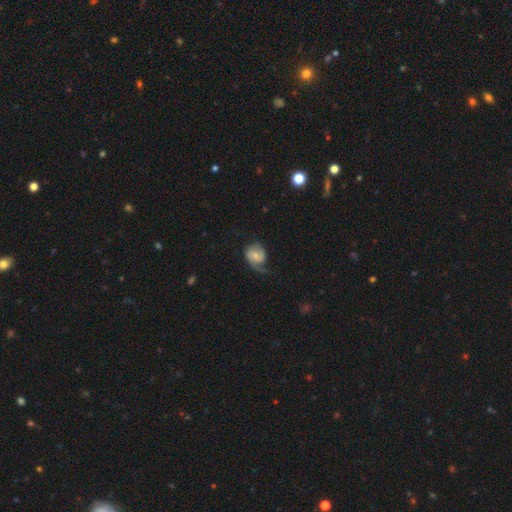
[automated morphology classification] This appears to be a featured or disk galaxy (61%) with no bar (49%), 2 (58%) medium (42%) spiral arms (91%) and a small central bulge (48%). Merging: none (47%).